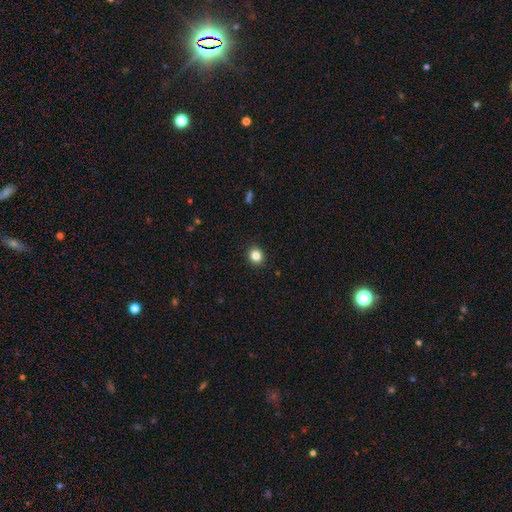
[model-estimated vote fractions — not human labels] This is clearly a smooth galaxy (83%). How rounded: likely round (79%). Merging: clearly none (92%).